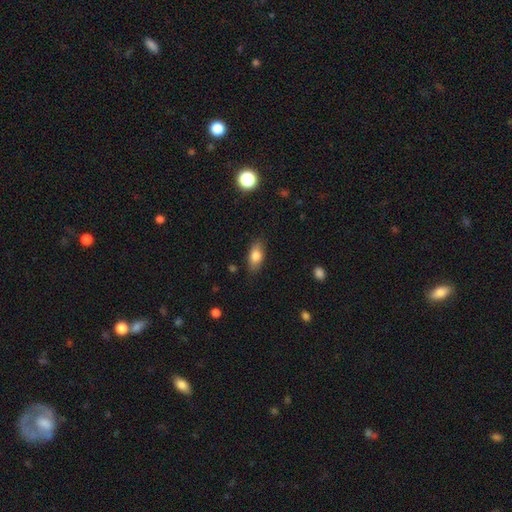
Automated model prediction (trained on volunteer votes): Overall: smooth (78%). How rounded: in between (84%). Merging: none (84%).